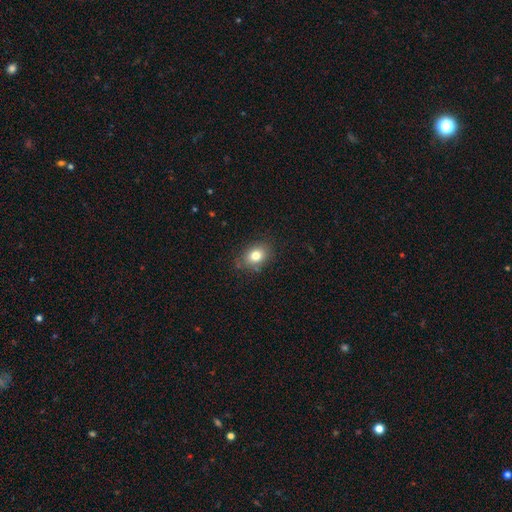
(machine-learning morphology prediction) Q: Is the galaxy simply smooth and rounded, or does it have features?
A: smooth — 79%.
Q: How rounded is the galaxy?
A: in between — 61%.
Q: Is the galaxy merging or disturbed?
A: none — 80%.